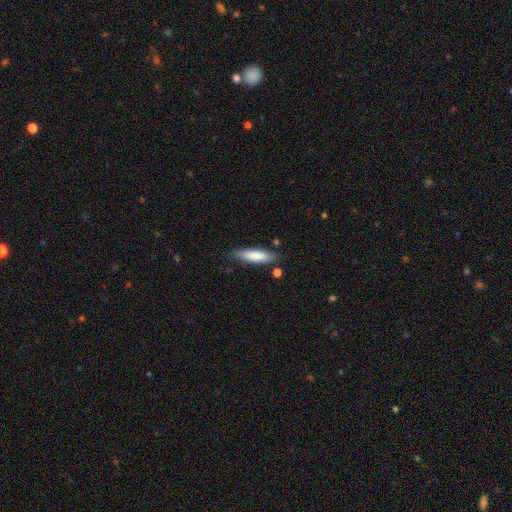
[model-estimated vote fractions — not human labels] This appears to be a smooth galaxy with no disk features (78%) that is cigar-shaped (70%). Merging: none (76%).